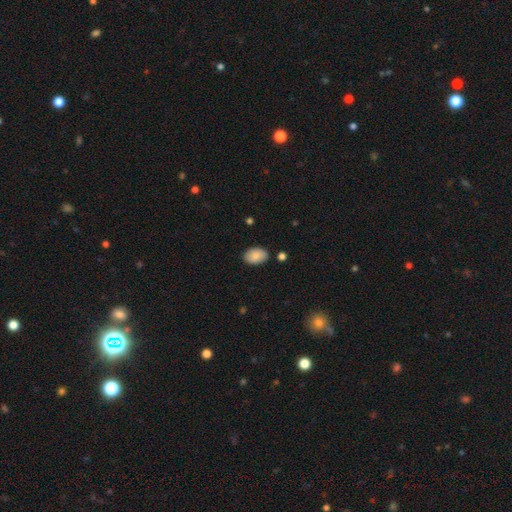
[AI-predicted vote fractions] smooth_or_featured: smooth (p=0.87) [alt: star or artifact p=0.07]
how_rounded: in between (p=0.90) [alt: round p=0.09]
merging: none (p=0.85) [alt: minor disturbance p=0.11]